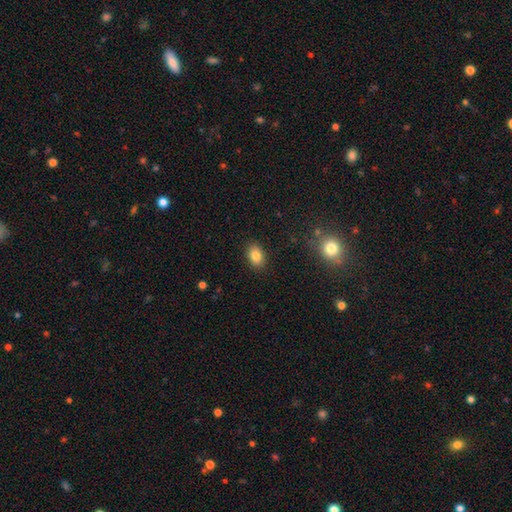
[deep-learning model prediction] A smooth galaxy with no disk features (83%) that is in between round and cigar-shaped (81%). Merging: none (88%).